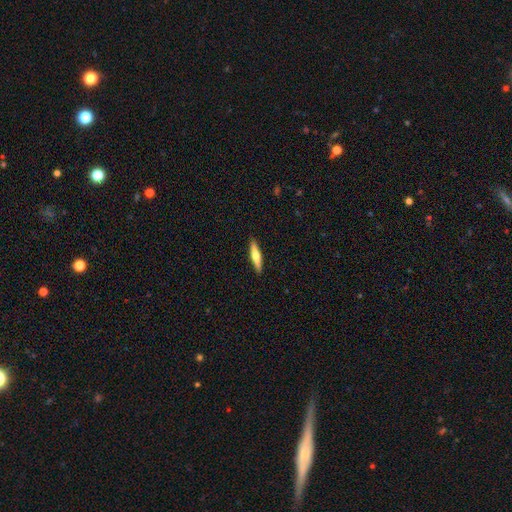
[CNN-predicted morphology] This is possibly a smooth galaxy (55%). How rounded: clearly cigar-shaped (85%). Merging: clearly none (91%).